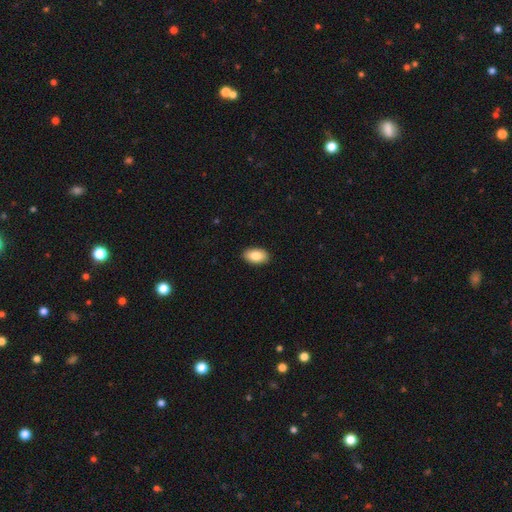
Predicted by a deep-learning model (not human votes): Smooth or featured: smooth — 86% (featured or disk — 7%)
How rounded: in between — 94% (round — 5%)
Merging: none — 90% (minor disturbance — 7%)